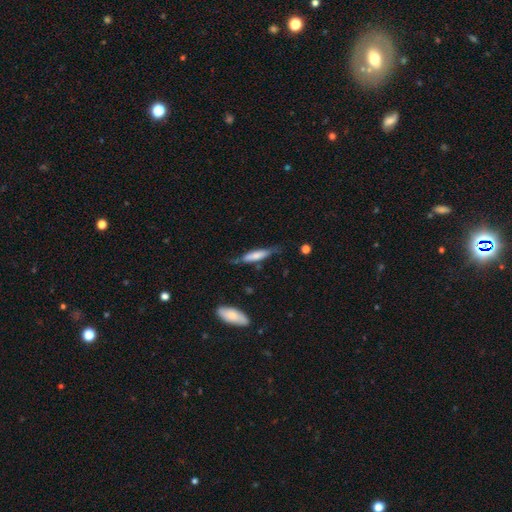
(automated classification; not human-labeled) Smooth or featured? Predicted: smooth (p=0.57). How rounded? Predicted: cigar-shaped (p=0.74). Merging? Predicted: none (p=0.59).